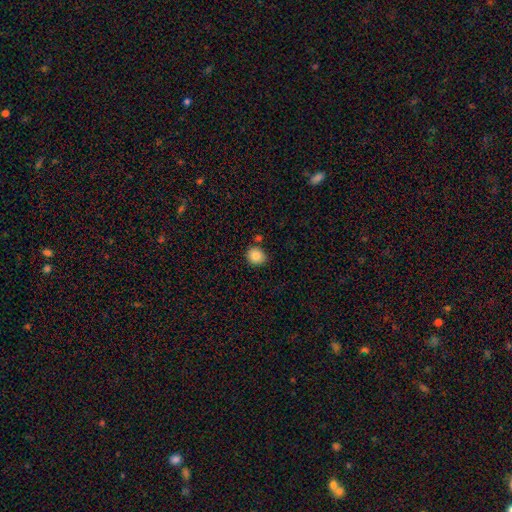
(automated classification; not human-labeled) smooth_or_featured: smooth (p=0.85) [alt: star or artifact p=0.09]
how_rounded: round (p=0.81) [alt: in between p=0.18]
merging: none (p=0.81) [alt: minor disturbance p=0.10]